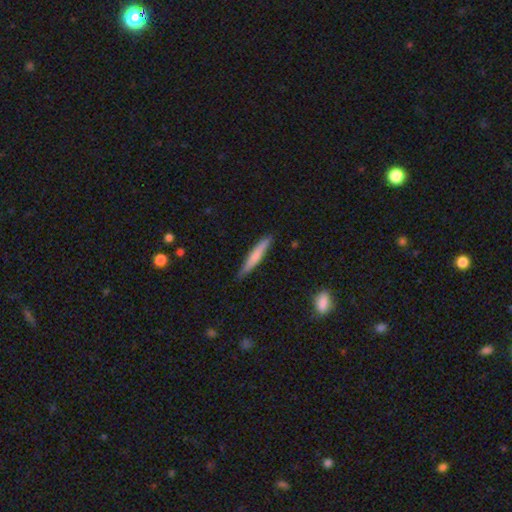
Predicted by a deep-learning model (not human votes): A smooth galaxy with no disk features (66%) that is cigar-shaped (93%). Merging: none (84%).